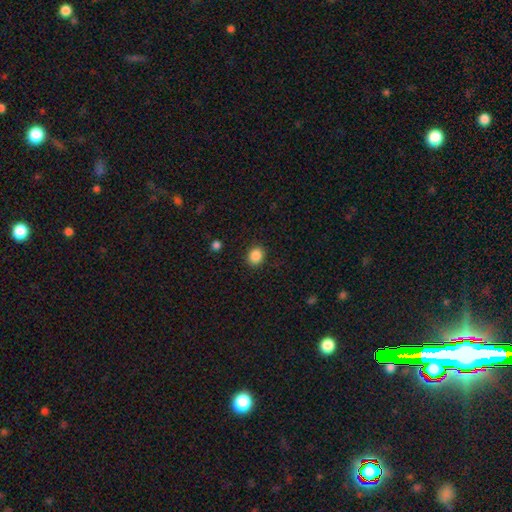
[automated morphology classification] Smooth or featured?
  - smooth: 87% *
  - star or artifact: 9%
  - featured or disk: 3%
How rounded?
  - round: 65% *
  - in between: 34%
  - cigar-shaped: 1%
Merging?
  - none: 89% *
  - minor disturbance: 7%
  - major disturbance: 2%
  - merger: 1%